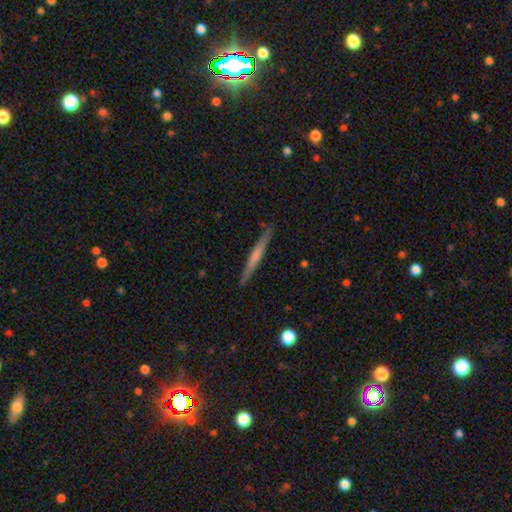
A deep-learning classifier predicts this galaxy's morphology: type=featured or disk (48%); merging=none (90%).